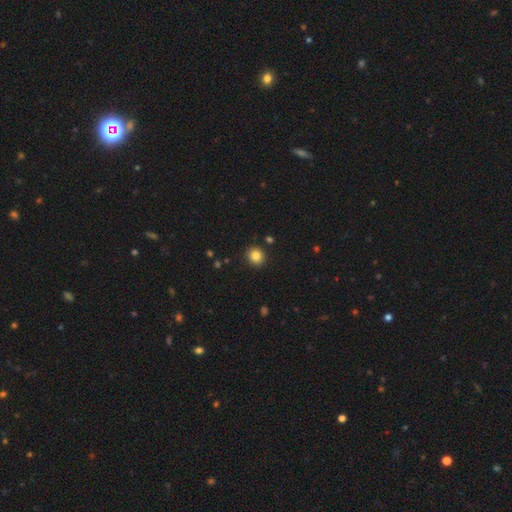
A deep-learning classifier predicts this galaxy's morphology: The model was most divided on "how rounded": round: 82%, in between: 17%, cigar-shaped: 1%. More confident: merging — none (90%); smooth or featured — smooth (84%).